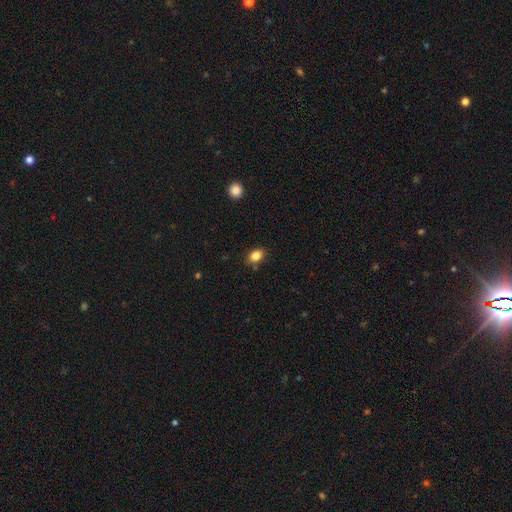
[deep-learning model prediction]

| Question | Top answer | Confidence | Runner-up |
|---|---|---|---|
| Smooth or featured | smooth | 83% | star or artifact (11%) |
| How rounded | in between | 68% | round (31%) |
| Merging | none | 85% | minor disturbance (11%) |